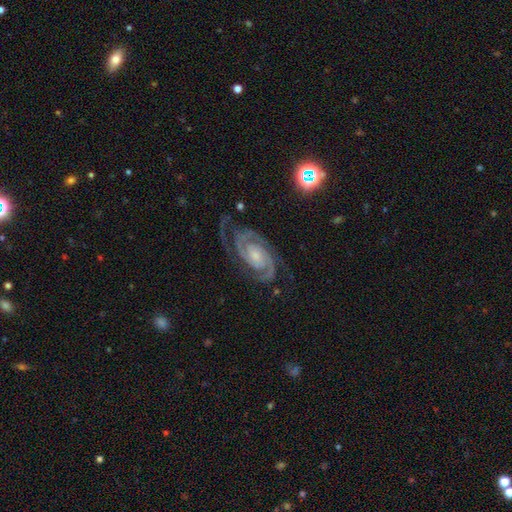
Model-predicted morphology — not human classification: smooth_or_featured: featured or disk (p=0.92) [alt: star or artifact p=0.05]
disk_edge_on: no (p=0.97) [alt: yes p=0.03]
bar: no (p=0.59) [alt: weak p=0.30]
has_spiral_arms: yes (p=0.99) [alt: no p=0.01]
spiral_winding: tight (p=0.64) [alt: medium p=0.31]
spiral_arm_count: 2 (p=0.84) [alt: 3 p=0.07]
bulge_size: small (p=0.53) [alt: moderate p=0.35]
merging: none (p=0.73) [alt: minor disturbance p=0.17]